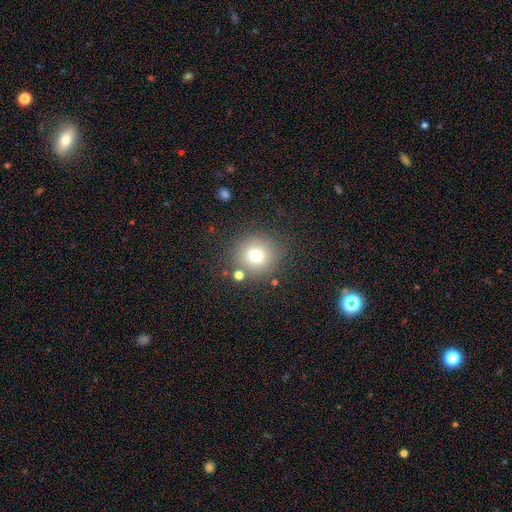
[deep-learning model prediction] Smooth or featured? Predicted: smooth (p=0.73). How rounded? Predicted: round (p=0.92). Merging? Predicted: none (p=0.81).